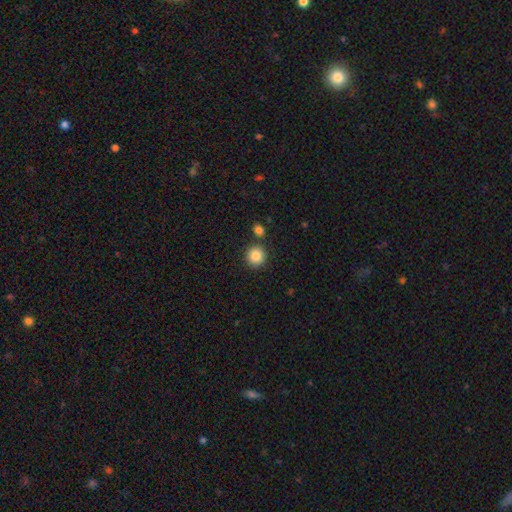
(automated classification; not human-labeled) smooth_or_featured: smooth (p=0.86) [alt: star or artifact p=0.09]
how_rounded: round (p=0.92) [alt: in between p=0.07]
merging: none (p=0.83) [alt: merger p=0.08]